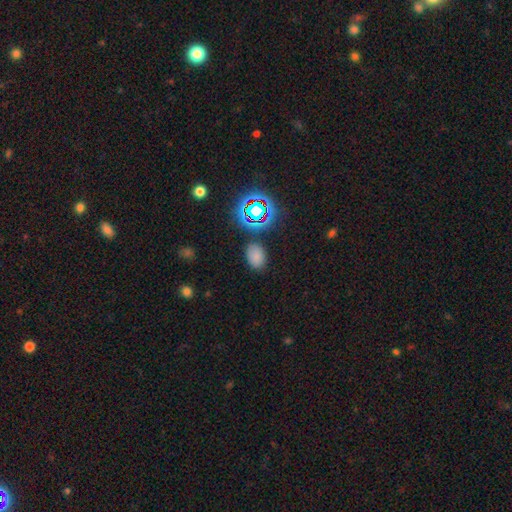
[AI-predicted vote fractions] This appears to be a smooth galaxy with no disk features (71%) that is in between round and cigar-shaped (80%). Merging: none (82%).